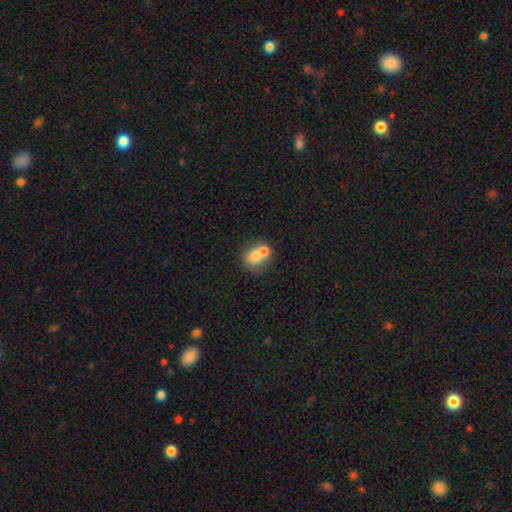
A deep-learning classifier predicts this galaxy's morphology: The model was most divided on "how rounded": round: 64%, in between: 36%, cigar-shaped: 1%. More confident: smooth or featured — smooth (70%); merging — merger (58%).